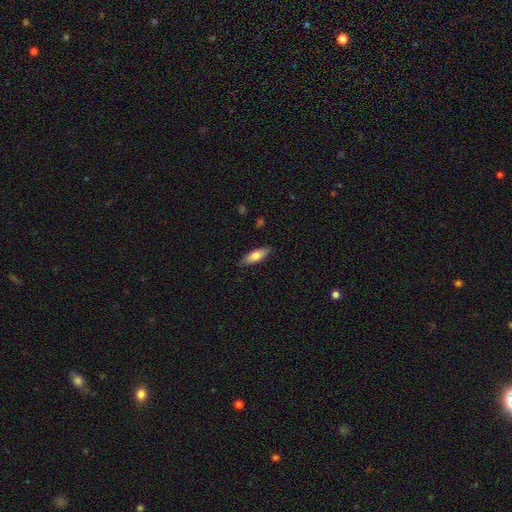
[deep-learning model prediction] Smooth or featured?
  - smooth: 76% *
  - featured or disk: 18%
  - star or artifact: 6%
How rounded?
  - in between: 62% *
  - cigar-shaped: 36%
  - round: 2%
Merging?
  - none: 84% *
  - minor disturbance: 12%
  - major disturbance: 2%
  - merger: 1%